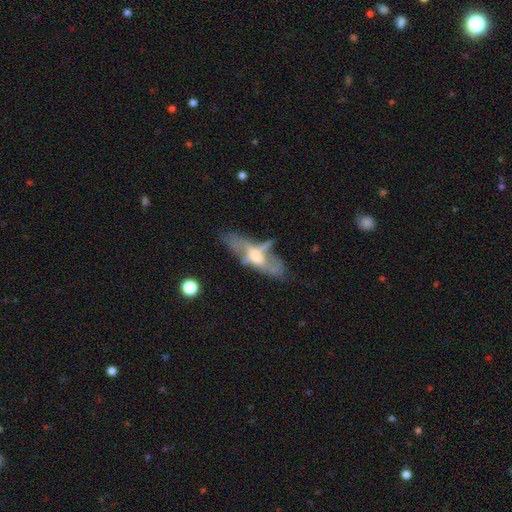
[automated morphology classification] Smooth or featured? Predicted: featured or disk (p=0.60). Edge-on disk? Predicted: no (p=0.58). Merging? Predicted: major disturbance (p=0.34).